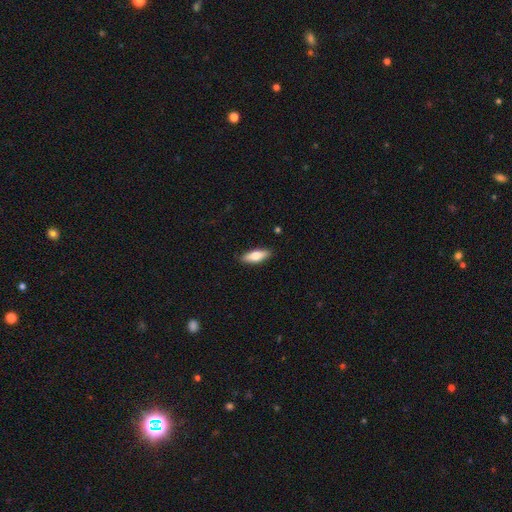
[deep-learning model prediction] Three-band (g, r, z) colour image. It shows a smooth galaxy with no disk features (71%) that is in between round and cigar-shaped (60%). Merging: none (88%).